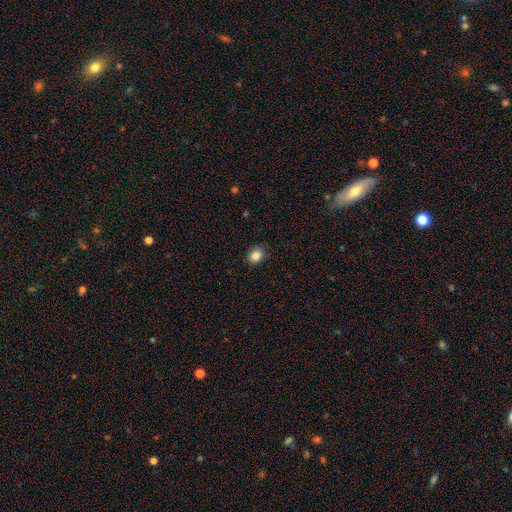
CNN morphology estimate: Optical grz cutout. It shows a smooth galaxy with no disk features (86%) that is round (58%). Merging: none (87%).